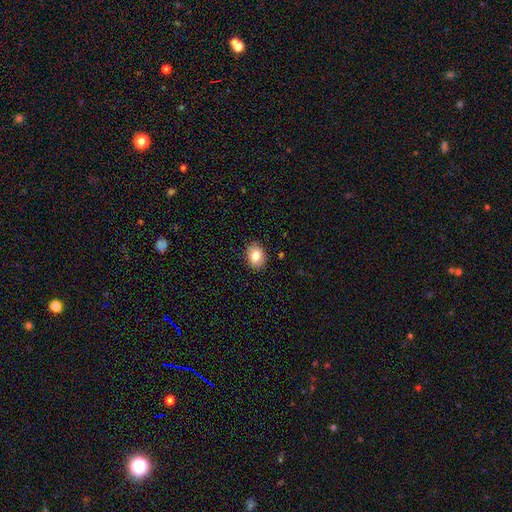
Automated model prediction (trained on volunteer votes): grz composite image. It shows a smooth galaxy with no disk features (81%) that is in between round and cigar-shaped (58%). Merging: none (89%).